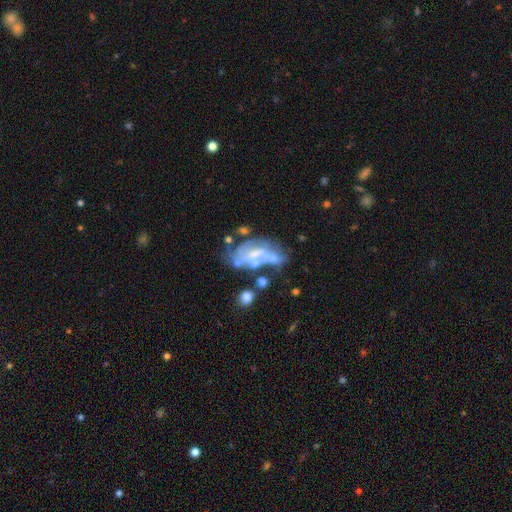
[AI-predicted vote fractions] smooth_or_featured: featured or disk (p=0.69) [alt: smooth p=0.19]
disk_edge_on: no (p=0.94) [alt: yes p=0.06]
bar: no (p=0.56) [alt: weak p=0.30]
has_spiral_arms: yes (p=0.54) [alt: no p=0.46]
bulge_size: none (p=0.43) [alt: small p=0.34]
merging: none (p=0.33) [alt: major disturbance p=0.27]